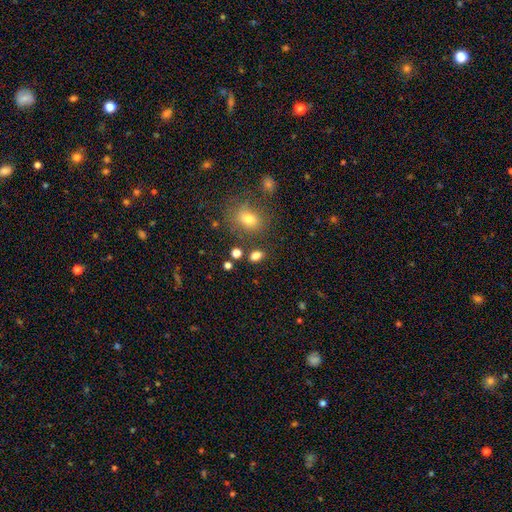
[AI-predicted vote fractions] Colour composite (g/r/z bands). It shows a smooth galaxy with no disk features (81%) that is in between round and cigar-shaped (79%). Merging: none (79%).